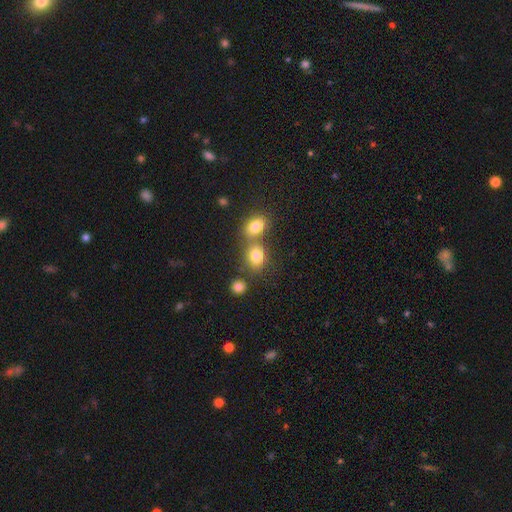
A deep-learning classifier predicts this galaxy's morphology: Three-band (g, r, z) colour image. It shows a smooth galaxy with no disk features (80%) that is in between round and cigar-shaped (54%). Merging: none (47%).